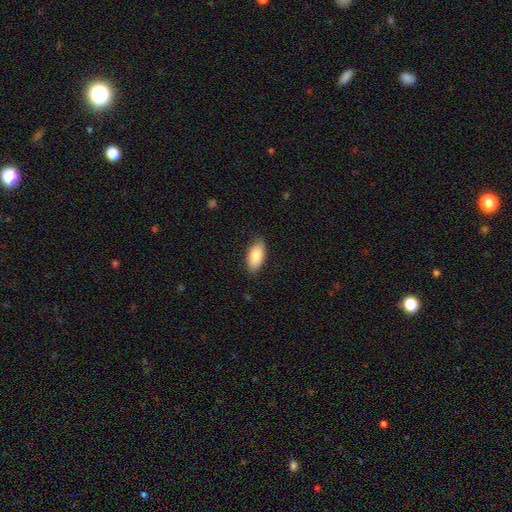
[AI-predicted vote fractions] The model was most divided on "merging": none: 84%, minor disturbance: 13%, major disturbance: 2%, merger: 1%. More confident: how rounded — in between (90%); smooth or featured — smooth (85%).